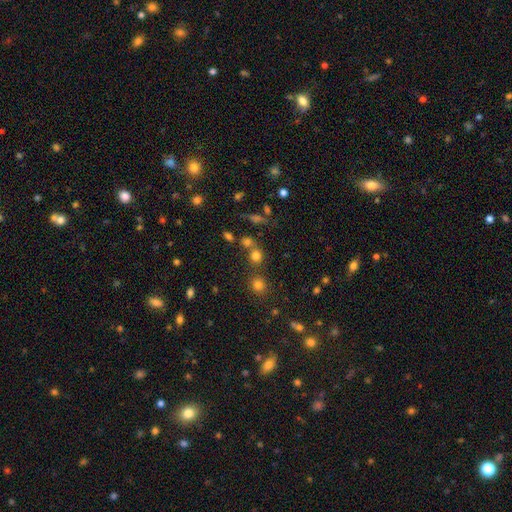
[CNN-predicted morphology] Smooth or featured: smooth — 73% (star or artifact — 19%)
How rounded: round — 83% (in between — 16%)
Merging: none — 62% (merger — 25%)